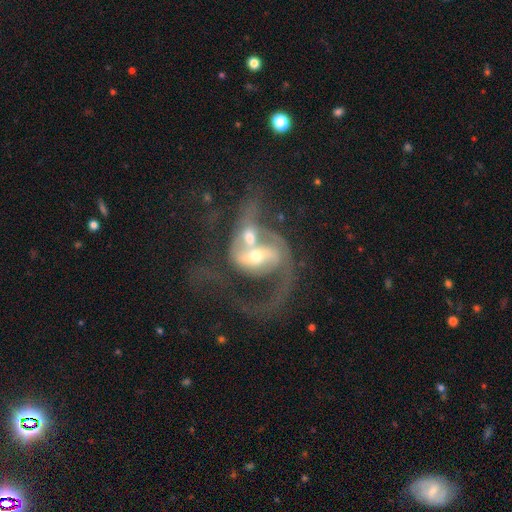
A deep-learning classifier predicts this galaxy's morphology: A featured or disk galaxy (81%) with no bar (39%), 2 (63%) medium (42%) spiral arms (86%) and a moderate central bulge (56%). Merging: merger (64%).